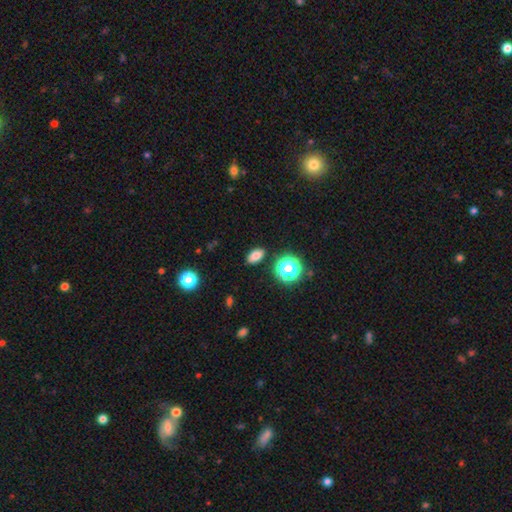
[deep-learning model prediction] This is likely a smooth galaxy (78%). How rounded: clearly in between (84%). Merging: clearly none (87%).